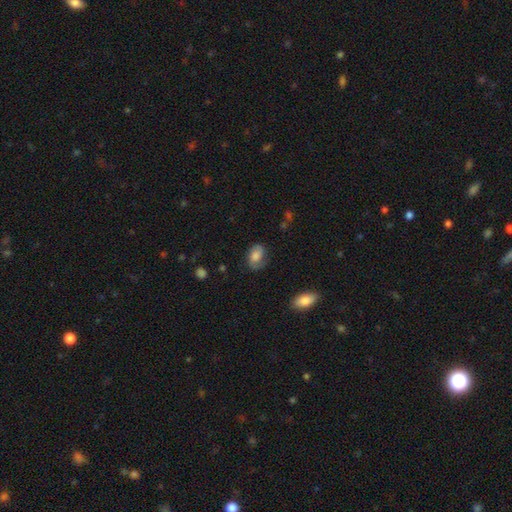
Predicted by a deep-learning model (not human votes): smooth_or_featured: smooth (p=0.55) [alt: featured or disk p=0.36]
how_rounded: in between (p=0.81) [alt: round p=0.18]
merging: none (p=0.63) [alt: minor disturbance p=0.25]